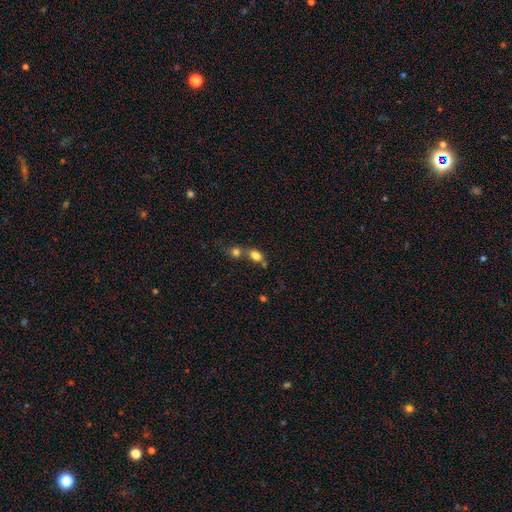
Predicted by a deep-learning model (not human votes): Smooth or featured: smooth — 79% (star or artifact — 11%)
How rounded: in between — 70% (round — 27%)
Merging: merger — 51% (none — 34%)